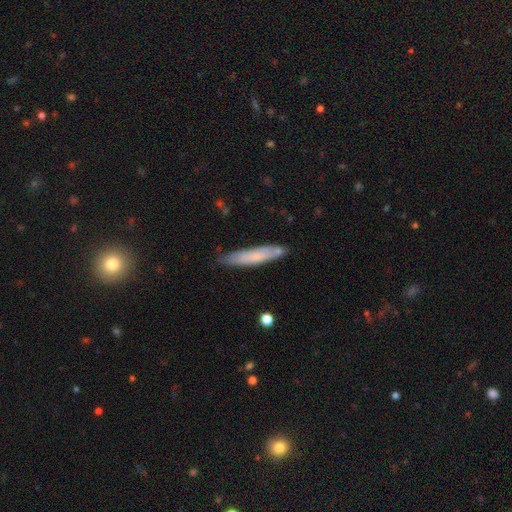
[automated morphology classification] smooth_or_featured: smooth (p=0.66) [alt: featured or disk p=0.28]
how_rounded: cigar-shaped (p=0.87) [alt: in between p=0.12]
merging: none (p=0.77) [alt: minor disturbance p=0.17]